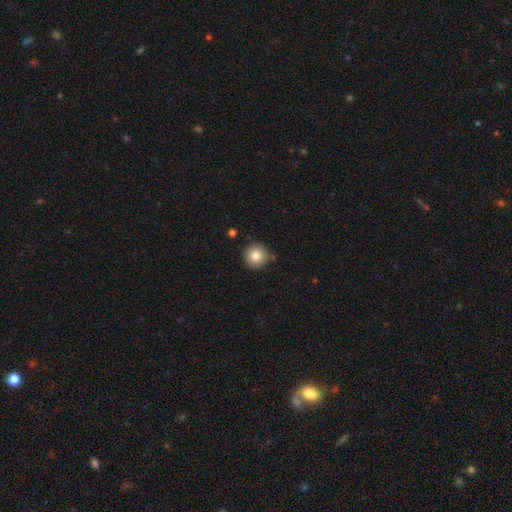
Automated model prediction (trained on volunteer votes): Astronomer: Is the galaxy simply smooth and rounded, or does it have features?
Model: smooth — 81%.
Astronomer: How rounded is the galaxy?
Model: round — 95%.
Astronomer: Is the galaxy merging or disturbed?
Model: none — 86%.